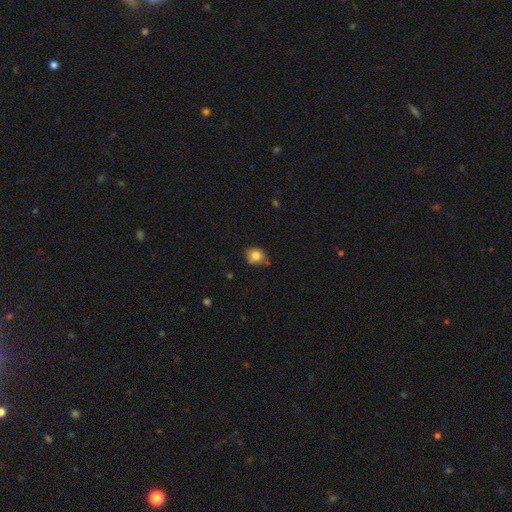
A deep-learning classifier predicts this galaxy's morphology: This appears to be a smooth galaxy with no disk features (80%) that is round (73%). Merging: none (67%).